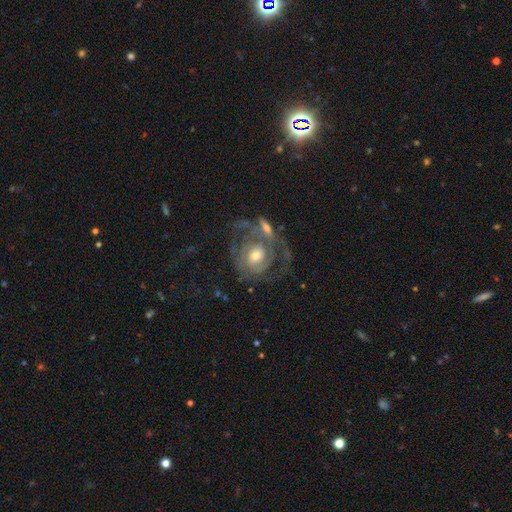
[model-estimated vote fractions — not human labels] smooth_or_featured: featured or disk (p=0.83) [alt: smooth p=0.11]
disk_edge_on: no (p=0.97) [alt: yes p=0.03]
bar: no (p=0.68) [alt: weak p=0.25]
has_spiral_arms: yes (p=0.89) [alt: no p=0.11]
spiral_winding: tight (p=0.61) [alt: medium p=0.29]
spiral_arm_count: 2 (p=0.38) [alt: can't tell p=0.33]
bulge_size: moderate (p=0.57) [alt: small p=0.36]
merging: none (p=0.41) [alt: merger p=0.23]